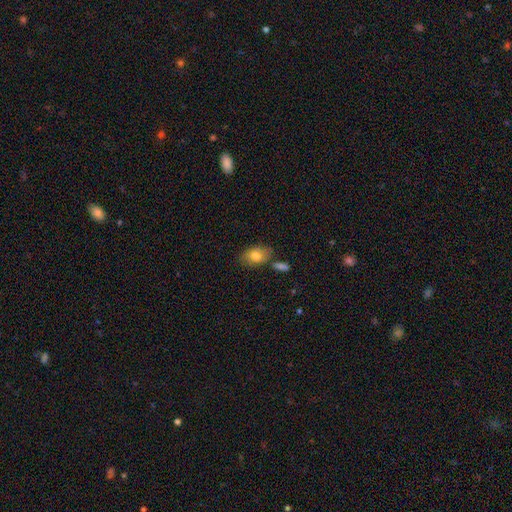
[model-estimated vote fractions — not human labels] smooth 79%, featured or disk 13%, star or artifact 8%. Down the decision tree: how rounded — in between (85%); merging — none (72%).